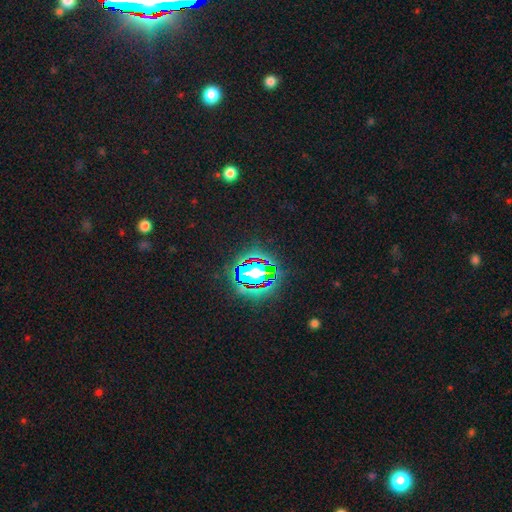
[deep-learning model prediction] Smooth or featured?
  - star or artifact: 83% *
  - smooth: 10%
  - featured or disk: 7%